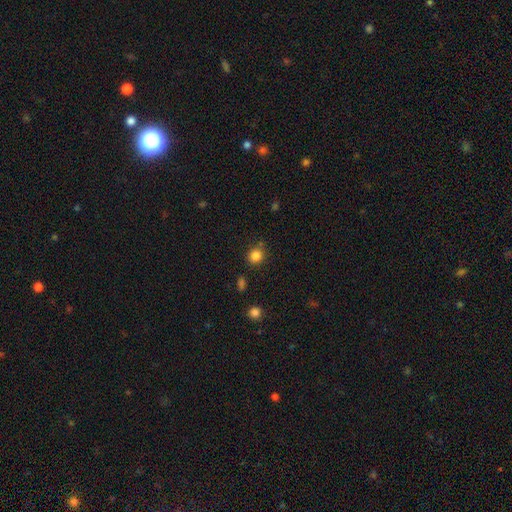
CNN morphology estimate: Q: Smooth or featured?
A: smooth (84%); runner-up: star or artifact (11%)
Q: How rounded?
A: round (80%); runner-up: in between (19%)
Q: Merging?
A: none (81%); runner-up: minor disturbance (11%)